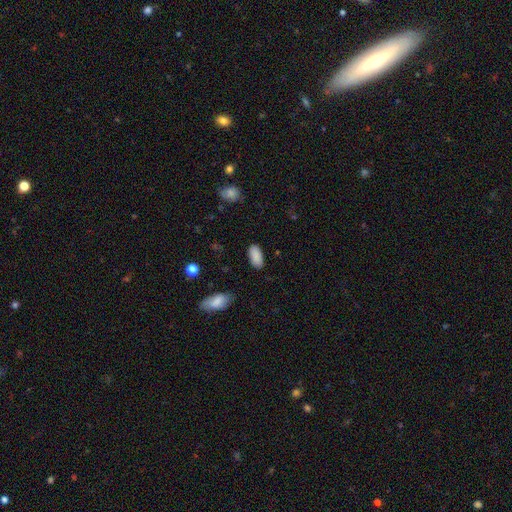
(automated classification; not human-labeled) Morphology: type=smooth (89%); roundness=in between (93%); merging=none (86%).